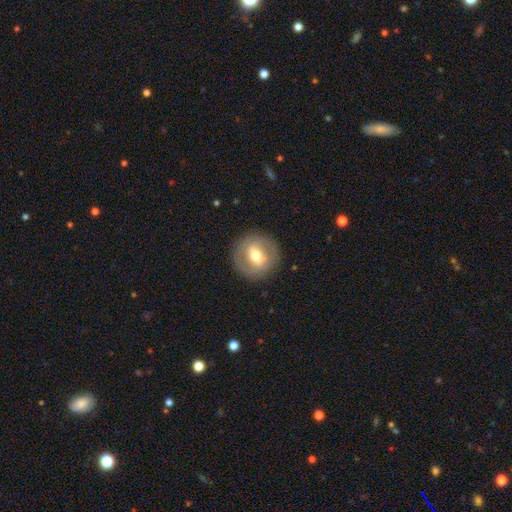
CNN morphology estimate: smooth_or_featured: featured or disk (p=0.53) [alt: smooth p=0.39]
disk_edge_on: no (p=0.88) [alt: yes p=0.12]
merging: none (p=0.86) [alt: minor disturbance p=0.09]